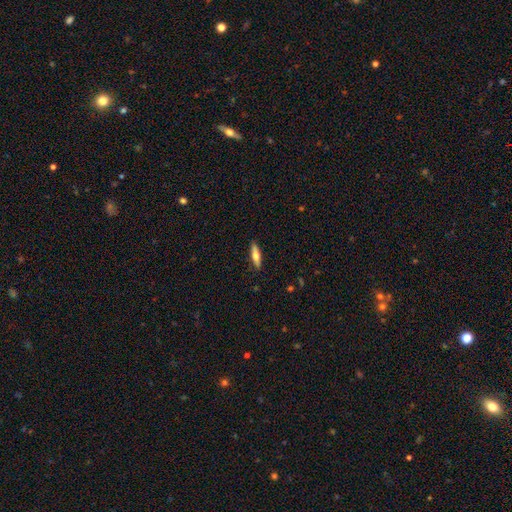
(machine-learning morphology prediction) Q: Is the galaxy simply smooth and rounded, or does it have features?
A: smooth — 62%.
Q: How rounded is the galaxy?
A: cigar-shaped — 68%.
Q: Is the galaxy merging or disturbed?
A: none — 89%.